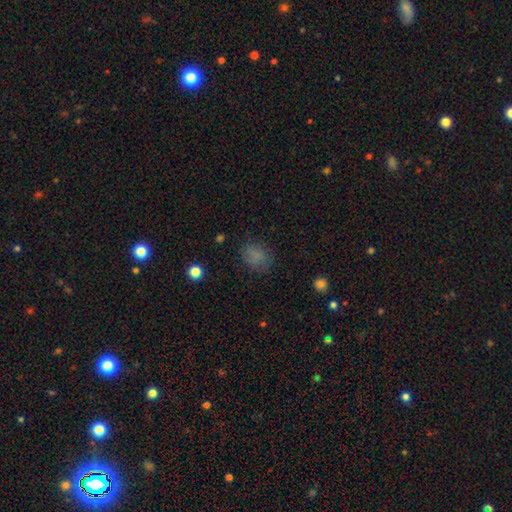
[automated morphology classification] Smooth or featured: smooth — 77% (star or artifact — 15%)
How rounded: in between — 55% (round — 43%)
Merging: none — 75% (minor disturbance — 17%)